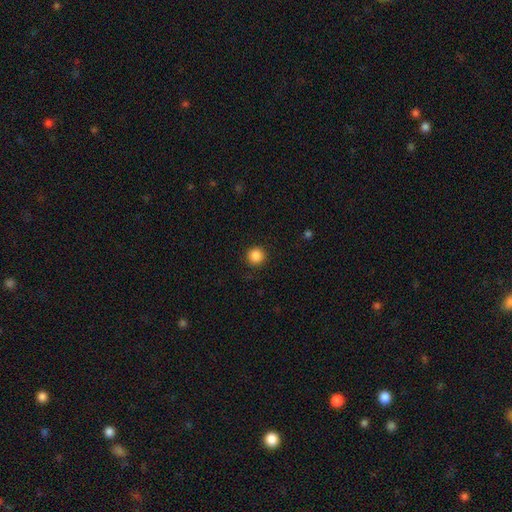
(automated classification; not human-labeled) This appears to be a smooth galaxy with no disk features (87%) that is round (95%). Merging: none (92%).